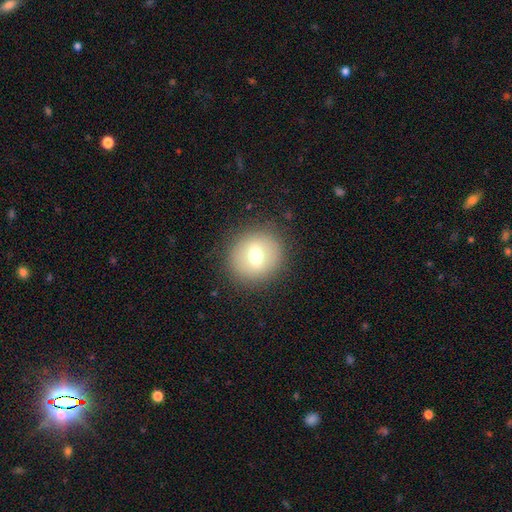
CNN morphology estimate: This appears to be a smooth galaxy with no disk features (61%) that is round (88%). Merging: none (86%).